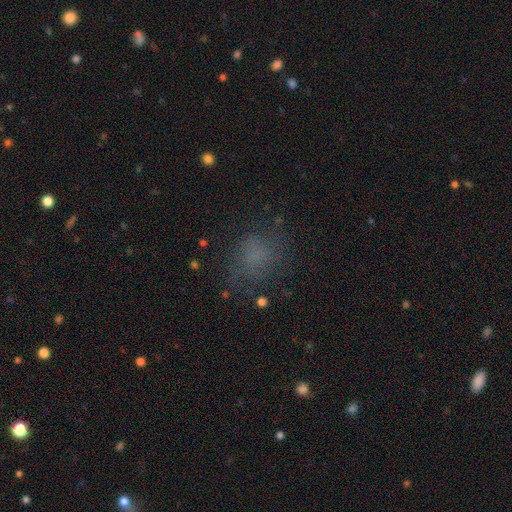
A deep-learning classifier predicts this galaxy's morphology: smooth-or-featured: smooth: 64% | star or artifact: 23% | featured or disk: 14%
  how-rounded: round: 62% | in between: 36% | cigar-shaped: 1%
  merging: none: 68% | minor disturbance: 18% | major disturbance: 13% | merger: 2%